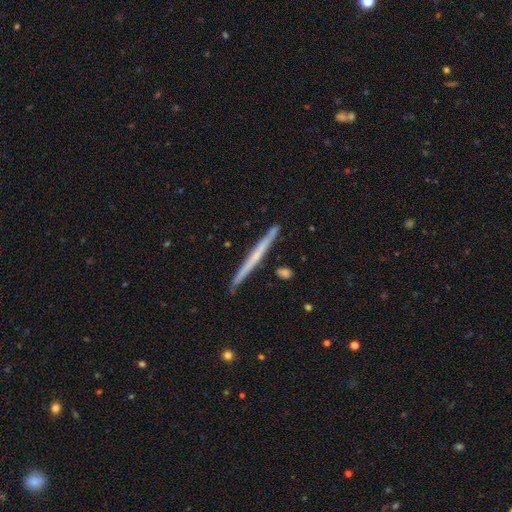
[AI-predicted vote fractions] Overall: featured or disk (61%; smooth 34%). Edge-on disk: yes (98%). Edge-on bulge: none (76%). Merging: none (89%).